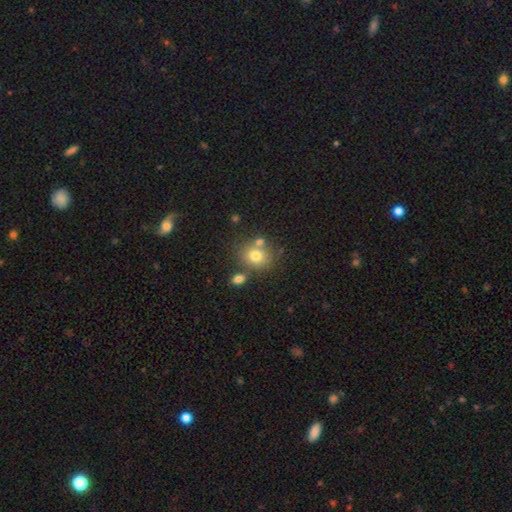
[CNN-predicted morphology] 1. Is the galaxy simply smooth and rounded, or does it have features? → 75% smooth, 13% featured or disk, 12% star or artifact.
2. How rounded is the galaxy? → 71% round, 28% in between, 1% cigar-shaped.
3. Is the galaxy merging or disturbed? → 63% none, 20% merger, 12% minor disturbance, 4% major disturbance.